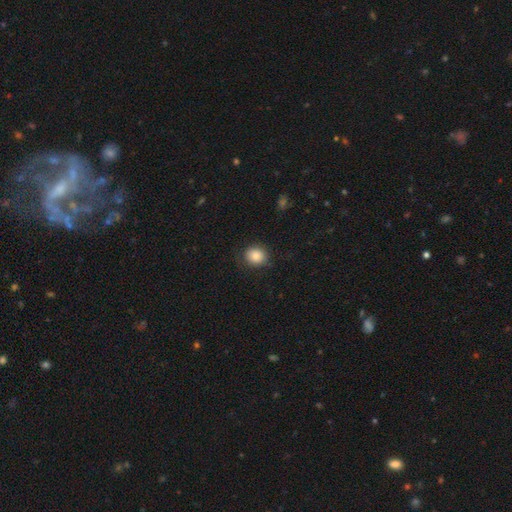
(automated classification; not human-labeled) smooth-or-featured: smooth: 82% | star or artifact: 10% | featured or disk: 8%
  how-rounded: round: 80% | in between: 19% | cigar-shaped: 1%
  merging: none: 84% | minor disturbance: 12% | major disturbance: 4% | merger: 1%